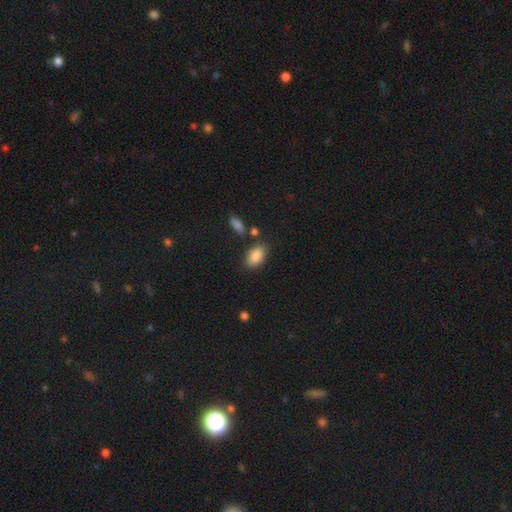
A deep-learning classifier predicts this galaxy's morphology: smooth_or_featured: smooth (p=0.88) [alt: star or artifact p=0.07]
how_rounded: in between (p=0.92) [alt: round p=0.06]
merging: none (p=0.78) [alt: minor disturbance p=0.12]